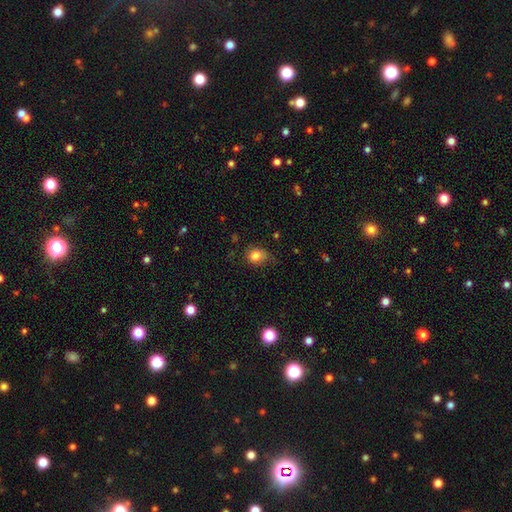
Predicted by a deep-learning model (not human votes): smooth_or_featured: smooth (p=0.82) [alt: star or artifact p=0.11]
how_rounded: round (p=0.57) [alt: in between p=0.42]
merging: none (p=0.59) [alt: minor disturbance p=0.30]